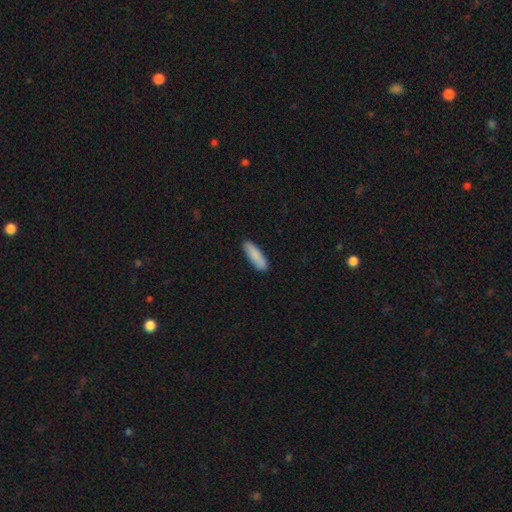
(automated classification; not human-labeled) Q: Smooth or featured?
A: smooth (88%); runner-up: featured or disk (6%)
Q: How rounded?
A: cigar-shaped (57%); runner-up: in between (41%)
Q: Merging?
A: none (88%); runner-up: minor disturbance (10%)